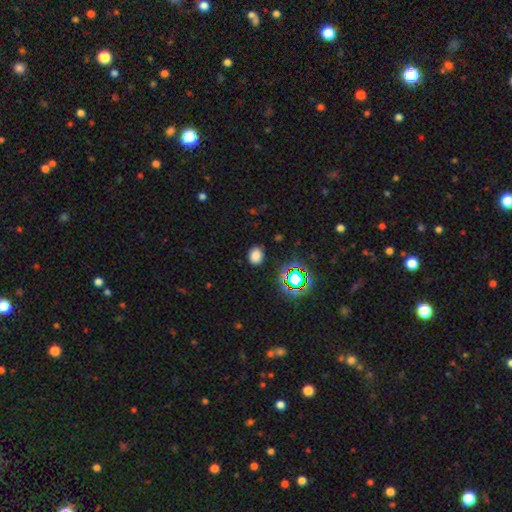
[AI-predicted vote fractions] A smooth galaxy with no disk features (76%) that is round (53%). Merging: none (85%).